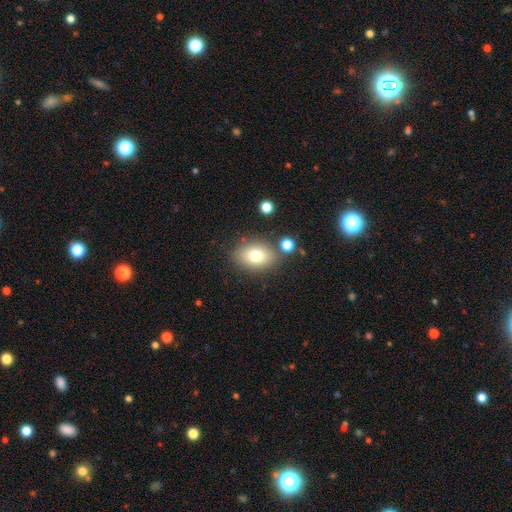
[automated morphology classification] Smooth or featured?
  - smooth: 75% *
  - featured or disk: 14%
  - star or artifact: 11%
How rounded?
  - in between: 76% *
  - round: 22%
  - cigar-shaped: 1%
Merging?
  - none: 77% *
  - minor disturbance: 12%
  - merger: 7%
  - major disturbance: 4%